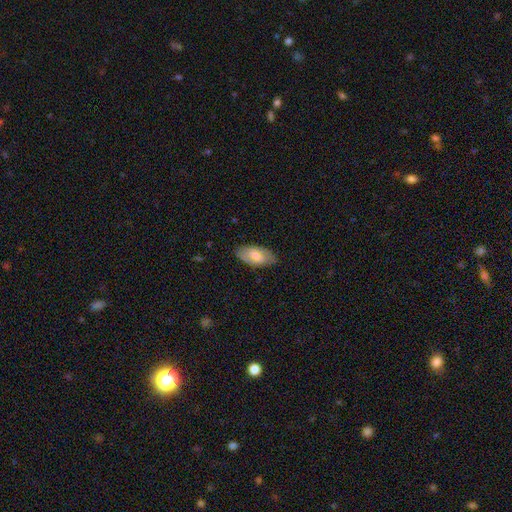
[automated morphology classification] Smooth or featured?
  - smooth: 63% *
  - featured or disk: 31%
  - star or artifact: 6%
How rounded?
  - in between: 93% *
  - cigar-shaped: 5%
  - round: 3%
Merging?
  - none: 82% *
  - minor disturbance: 14%
  - major disturbance: 3%
  - merger: 1%